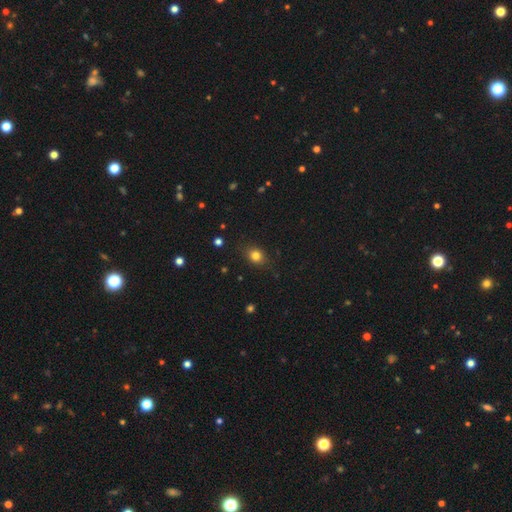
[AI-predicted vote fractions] This is likely a smooth galaxy (80%). How rounded: possibly round (55%). Merging: clearly none (82%).